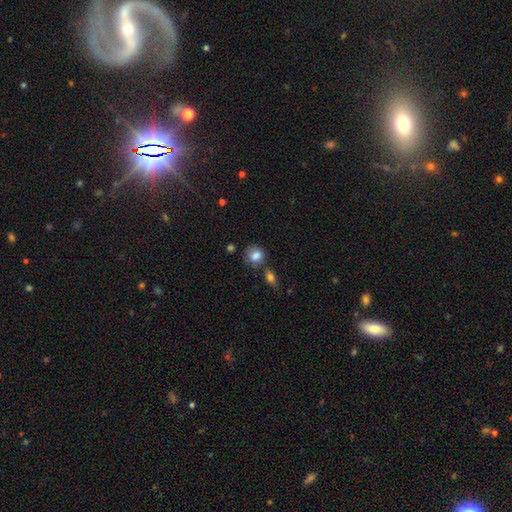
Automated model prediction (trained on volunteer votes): Smooth or featured?
  - smooth: 83% *
  - star or artifact: 9%
  - featured or disk: 8%
How rounded?
  - round: 72% *
  - in between: 27%
  - cigar-shaped: 1%
Merging?
  - none: 61% *
  - minor disturbance: 18%
  - merger: 15%
  - major disturbance: 6%